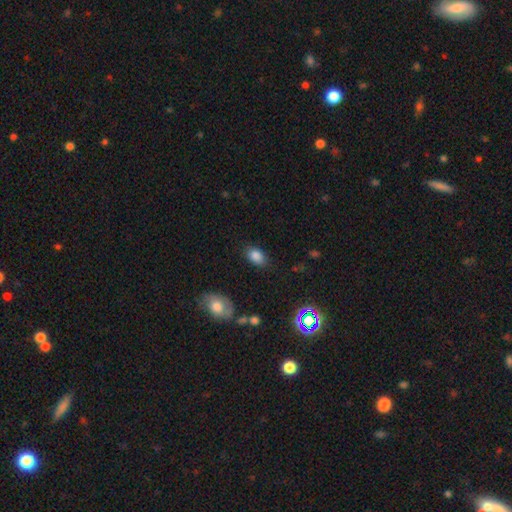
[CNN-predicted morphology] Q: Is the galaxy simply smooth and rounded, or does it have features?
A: smooth — 84%.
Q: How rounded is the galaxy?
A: in between — 84%.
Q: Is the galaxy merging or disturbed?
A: none — 80%.